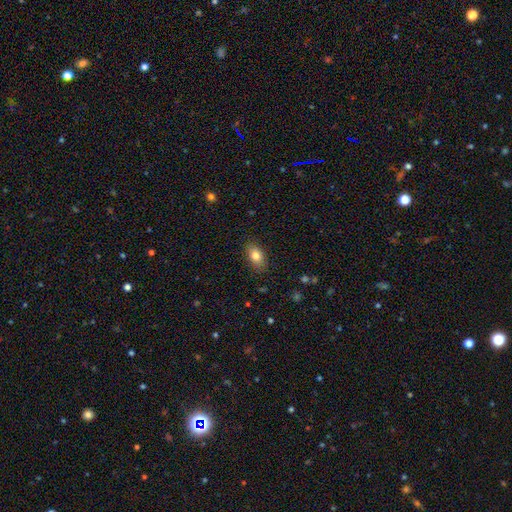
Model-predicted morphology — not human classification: smooth-or-featured: smooth: 82% | featured or disk: 9% | star or artifact: 9%
  how-rounded: in between: 86% | round: 11% | cigar-shaped: 3%
  merging: none: 85% | minor disturbance: 11% | major disturbance: 3% | merger: 1%